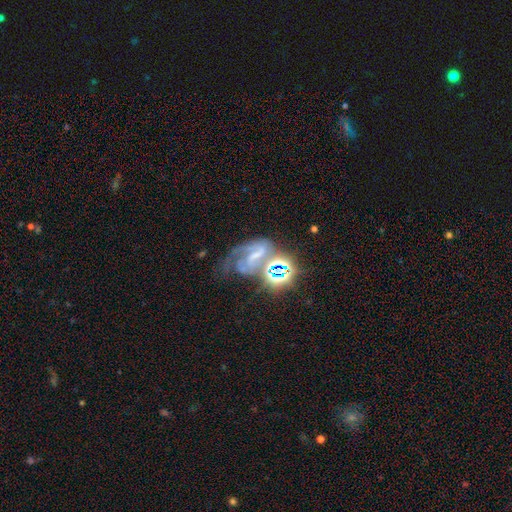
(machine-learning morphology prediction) featured or disk 56%, star or artifact 29%, smooth 15%. Down the decision tree: edge-on disk — no (96%); bar — strong (41%); spiral arms — yes (83%); bulge size — small (35%); merging — none (32%).